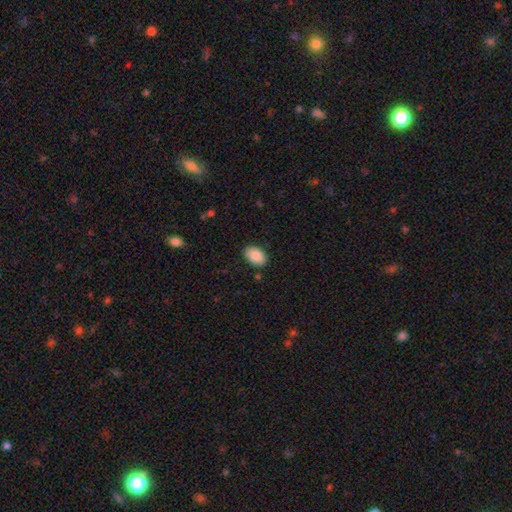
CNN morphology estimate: A smooth galaxy with no disk features (89%) that is in between round and cigar-shaped (89%). Merging: none (86%).